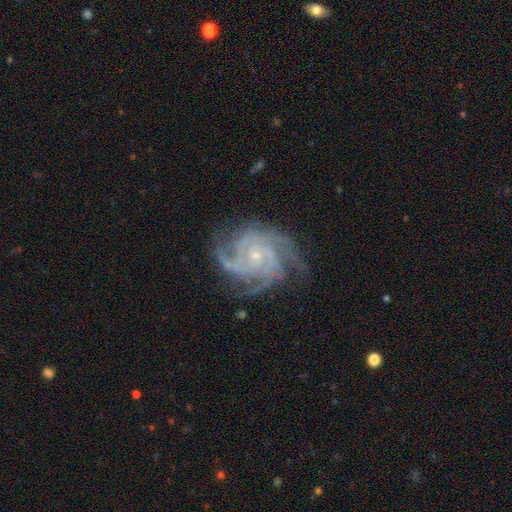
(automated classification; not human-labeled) Q: Smooth or featured?
A: featured or disk (92%); runner-up: star or artifact (5%)
Q: Edge-on disk?
A: no (98%); runner-up: yes (2%)
Q: Bar?
A: no (70%); runner-up: weak (23%)
Q: Spiral arms?
A: yes (99%); runner-up: no (1%)
Q: Spiral winding?
A: tight (63%); runner-up: medium (33%)
Q: Spiral arm count?
A: 4 (38%); runner-up: 3 (31%)
Q: Bulge size?
A: small (78%); runner-up: moderate (18%)
Q: Merging?
A: none (72%); runner-up: minor disturbance (18%)